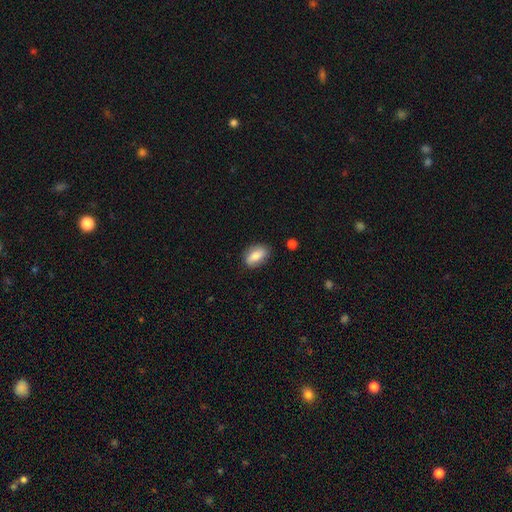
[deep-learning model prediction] Smooth or featured?
  - smooth: 83% *
  - featured or disk: 10%
  - star or artifact: 7%
How rounded?
  - in between: 89% *
  - round: 6%
  - cigar-shaped: 4%
Merging?
  - none: 82% *
  - minor disturbance: 14%
  - major disturbance: 3%
  - merger: 2%